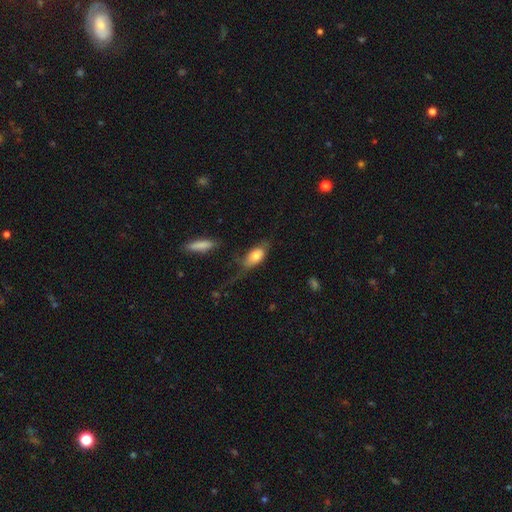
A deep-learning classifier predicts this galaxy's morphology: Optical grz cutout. It shows a smooth galaxy with no disk features (71%) that is in between round and cigar-shaped (88%). Merging: none (36%).